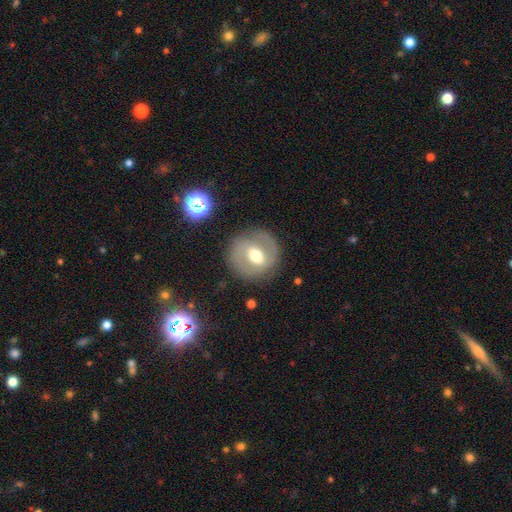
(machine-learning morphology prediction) The model was most divided on "spiral arms": yes: 52%, no: 48%. Remaining: edge-on disk — no (95%); merging — none (80%); bulge size — moderate (72%); smooth or featured — featured or disk (56%); bar — weak (46%).